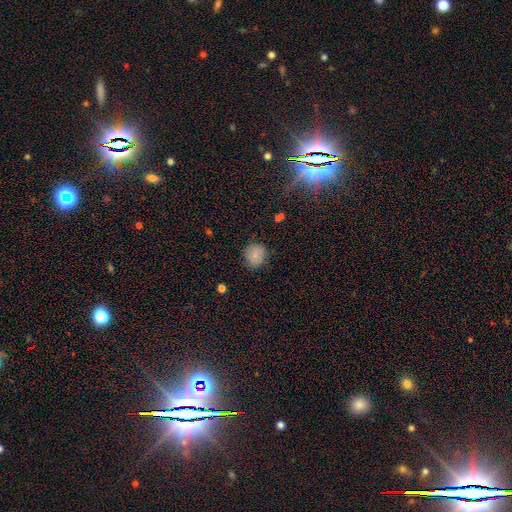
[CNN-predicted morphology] smooth 80%, star or artifact 11%, featured or disk 10%. Down the decision tree: how rounded — round (83%); merging — none (82%).